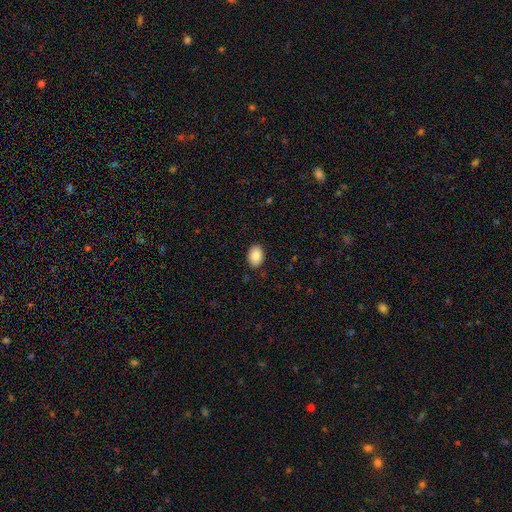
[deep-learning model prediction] Q: Smooth or featured?
A: smooth (88%); runner-up: star or artifact (7%)
Q: How rounded?
A: in between (82%); runner-up: round (17%)
Q: Merging?
A: none (89%); runner-up: minor disturbance (8%)